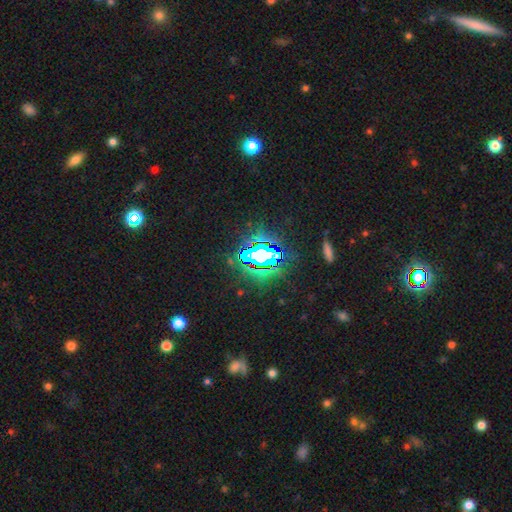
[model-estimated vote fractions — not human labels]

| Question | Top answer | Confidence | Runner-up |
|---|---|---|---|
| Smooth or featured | star or artifact | 75% | smooth (13%) |